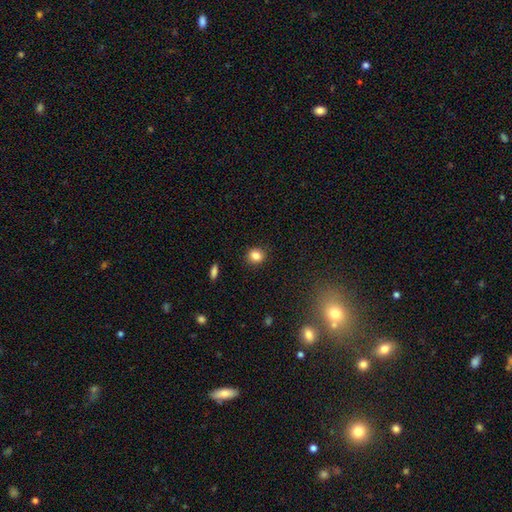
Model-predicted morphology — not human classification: A smooth galaxy with no disk features (85%) that is round (79%). Merging: none (89%).